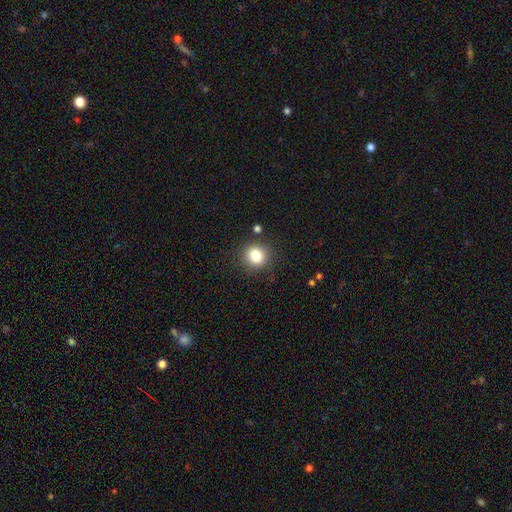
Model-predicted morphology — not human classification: Smooth or featured: smooth — 82% (star or artifact — 12%)
How rounded: round — 86% (in between — 13%)
Merging: none — 85% (minor disturbance — 9%)